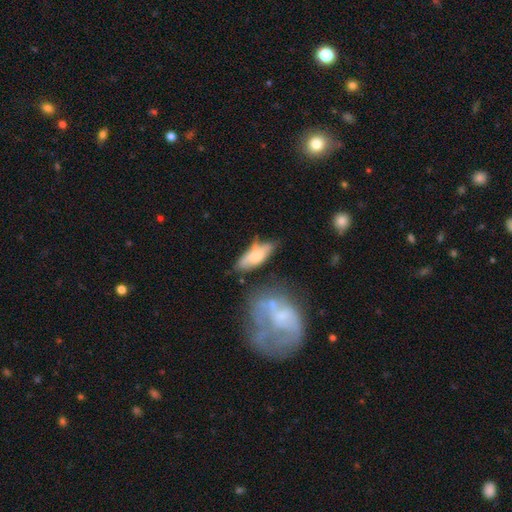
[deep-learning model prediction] A smooth galaxy with no disk features (59%) that is in between round and cigar-shaped (66%). Merging: none (51%).